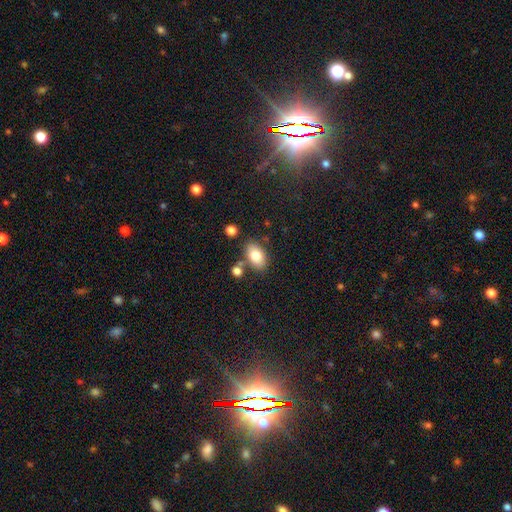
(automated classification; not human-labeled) This is clearly a smooth galaxy (81%). How rounded: clearly in between (90%). Merging: likely none (75%).